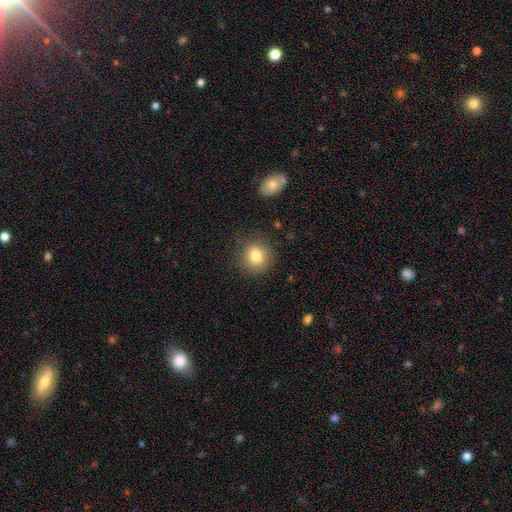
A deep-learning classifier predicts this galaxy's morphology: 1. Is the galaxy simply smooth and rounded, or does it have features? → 81% smooth, 10% star or artifact, 9% featured or disk.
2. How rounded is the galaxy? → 89% round, 10% in between, 1% cigar-shaped.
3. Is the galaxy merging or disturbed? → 84% none, 10% minor disturbance, 4% major disturbance, 2% merger.